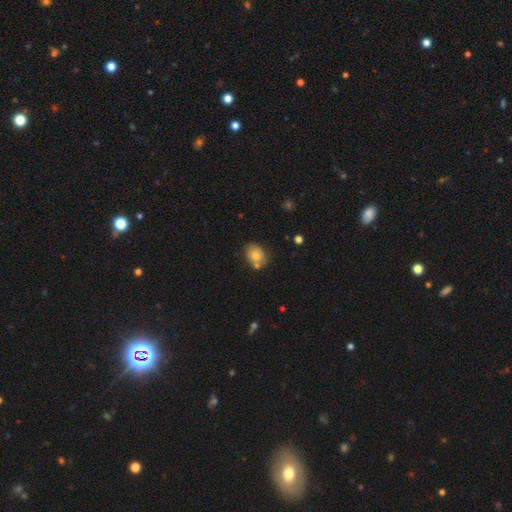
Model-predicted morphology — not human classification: Smooth or featured? smooth (77%)
How rounded? in between (56%)
Merging? none (70%)